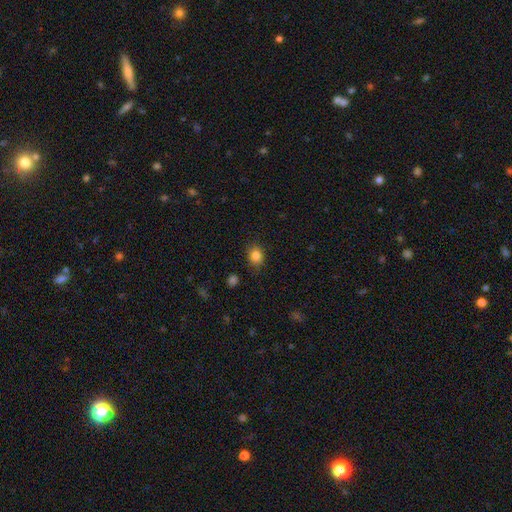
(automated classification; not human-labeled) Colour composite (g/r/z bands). It shows a smooth galaxy with no disk features (85%) that is round (59%). Merging: none (83%).